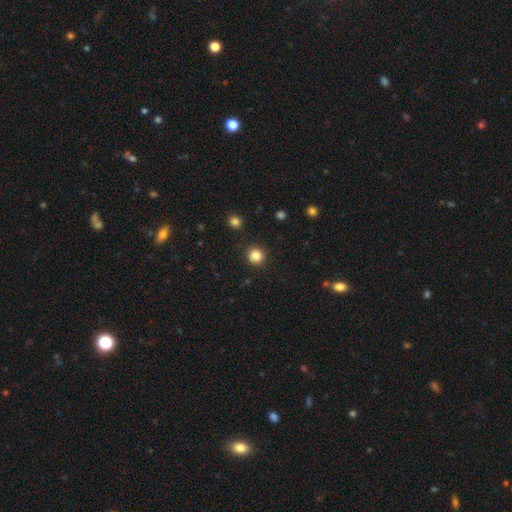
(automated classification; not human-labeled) This is clearly a smooth galaxy (84%). How rounded: clearly round (94%). Merging: clearly none (91%).